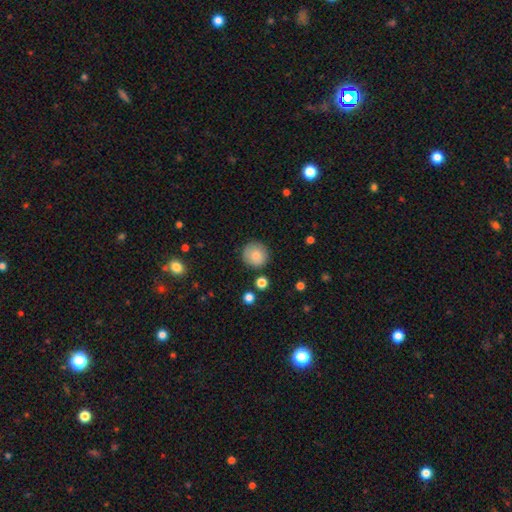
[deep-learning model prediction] Smooth or featured: smooth — 83% (featured or disk — 9%)
How rounded: round — 92% (in between — 7%)
Merging: none — 84% (minor disturbance — 11%)